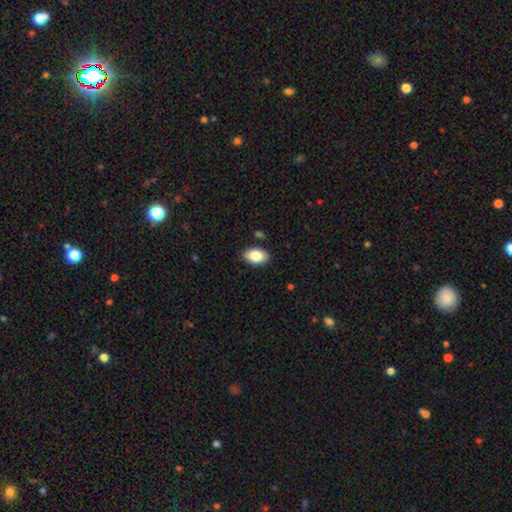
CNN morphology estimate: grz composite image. It shows a smooth galaxy with no disk features (84%) that is in between round and cigar-shaped (92%). Merging: none (87%).